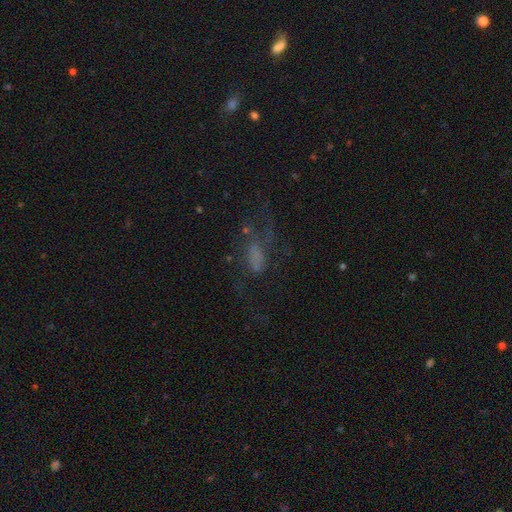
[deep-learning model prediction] A featured or disk galaxy (40%). Merging: major disturbance (44%).